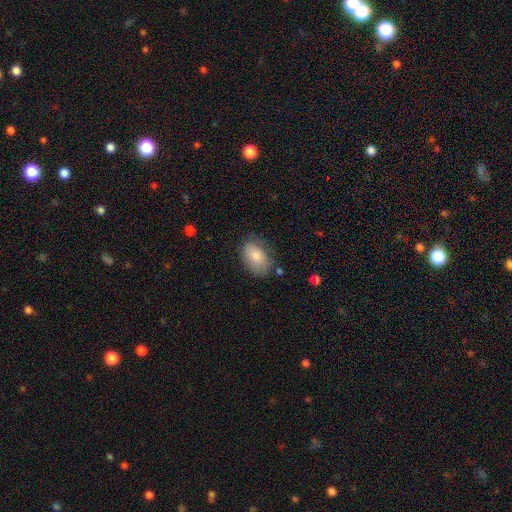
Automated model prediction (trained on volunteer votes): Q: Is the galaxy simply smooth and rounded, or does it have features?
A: smooth — 79%.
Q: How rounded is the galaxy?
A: in between — 88%.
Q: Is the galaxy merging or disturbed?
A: none — 66%.